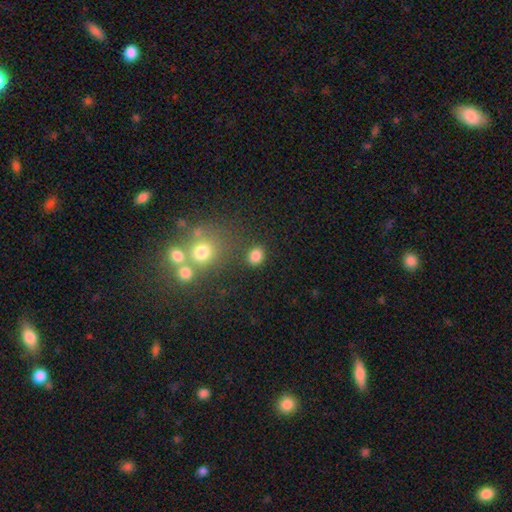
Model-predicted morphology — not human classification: This is clearly a smooth galaxy (82%). How rounded: possibly round (59%). Merging: likely none (80%).